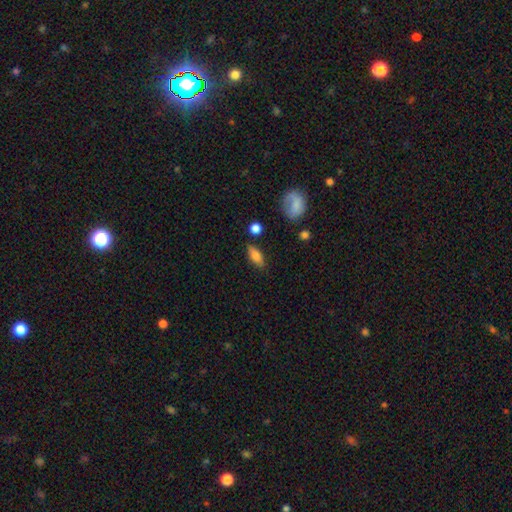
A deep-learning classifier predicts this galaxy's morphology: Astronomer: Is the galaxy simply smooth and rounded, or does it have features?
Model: smooth — 73%.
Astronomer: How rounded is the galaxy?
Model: in between — 75%.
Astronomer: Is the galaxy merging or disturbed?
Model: none — 81%.